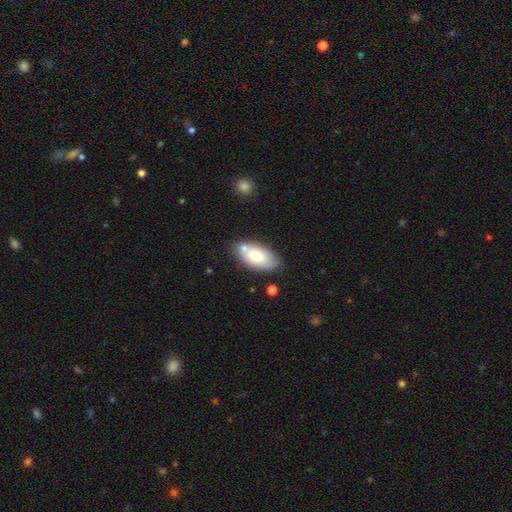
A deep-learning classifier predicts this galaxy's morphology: This appears to be a smooth galaxy with no disk features (72%) that is in between round and cigar-shaped (92%). Merging: none (66%).